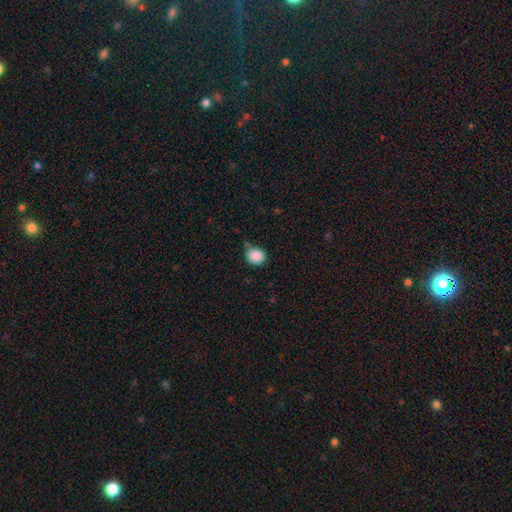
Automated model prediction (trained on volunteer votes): Morphology: type=smooth (88%); roundness=round (69%); merging=none (71%).